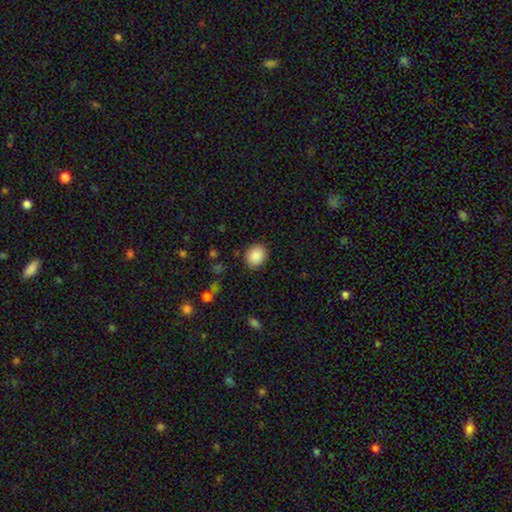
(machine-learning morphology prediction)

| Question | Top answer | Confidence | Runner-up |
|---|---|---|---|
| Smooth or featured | smooth | 89% | star or artifact (8%) |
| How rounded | round | 63% | in between (36%) |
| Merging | none | 88% | minor disturbance (8%) |